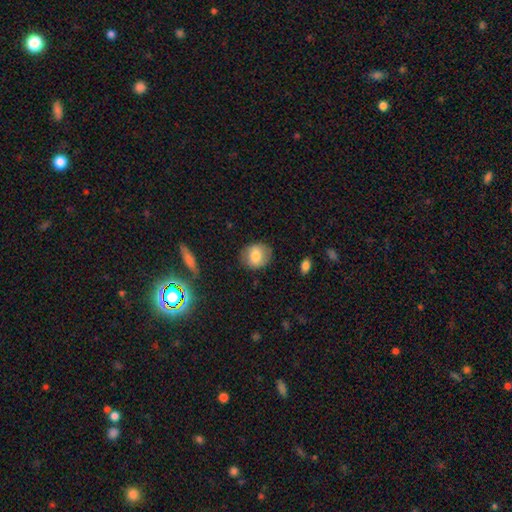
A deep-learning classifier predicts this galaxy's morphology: Smooth or featured: smooth — 76% (featured or disk — 16%)
How rounded: round — 69% (in between — 30%)
Merging: none — 82% (minor disturbance — 13%)